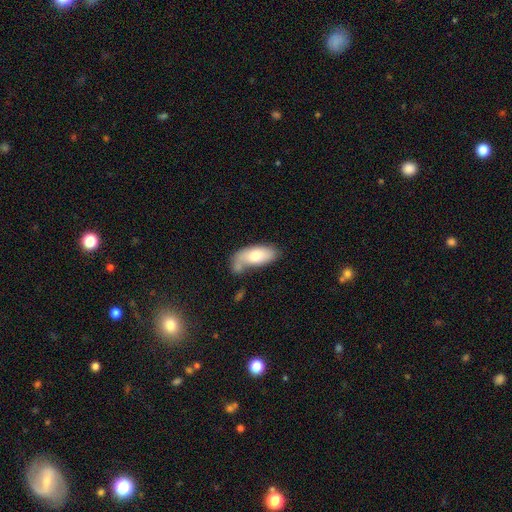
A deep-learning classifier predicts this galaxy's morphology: Overall: smooth (74%). How rounded: in between (90%). Merging: none (38%; merger 26%).